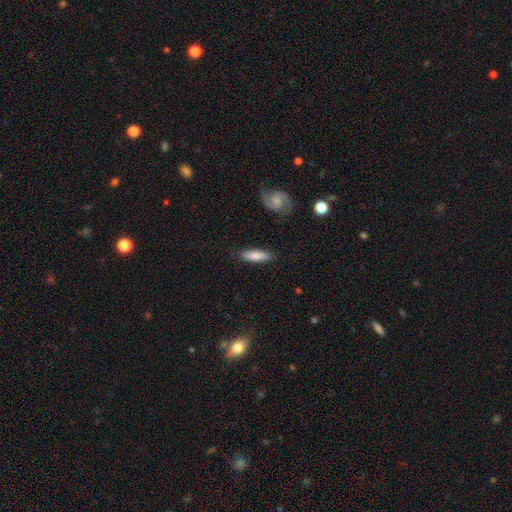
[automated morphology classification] A smooth galaxy with no disk features (79%) that is cigar-shaped (52%). Merging: none (85%).